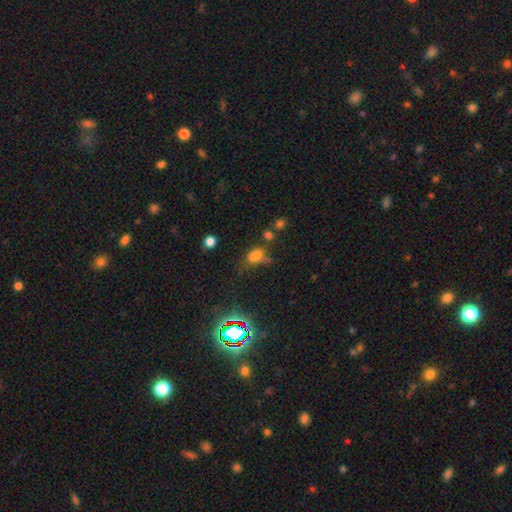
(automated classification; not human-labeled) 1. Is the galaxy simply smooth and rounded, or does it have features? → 63% smooth, 23% star or artifact, 14% featured or disk.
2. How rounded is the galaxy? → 70% in between, 27% round, 3% cigar-shaped.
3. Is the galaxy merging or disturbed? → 35% none, 24% minor disturbance, 23% major disturbance, 17% merger.